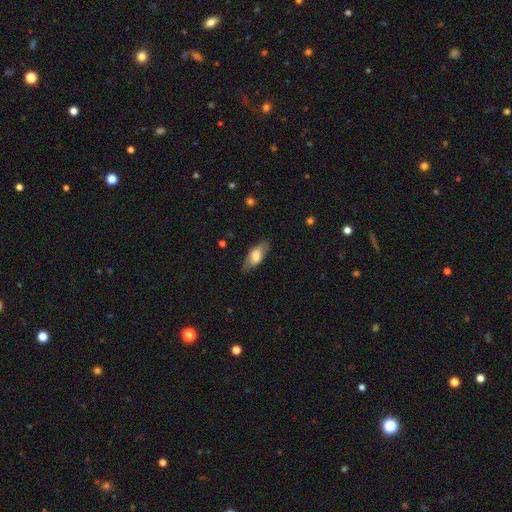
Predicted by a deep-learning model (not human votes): This appears to be a smooth galaxy with no disk features (64%) that is in between round and cigar-shaped (80%). Merging: none (78%).